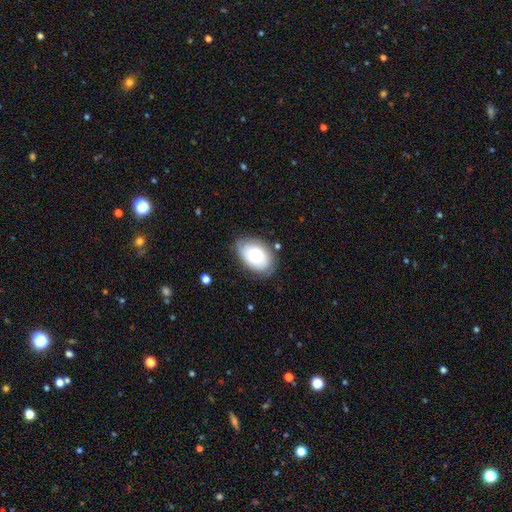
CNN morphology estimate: smooth_or_featured: smooth (p=0.71) [alt: featured or disk p=0.22]
how_rounded: in between (p=0.88) [alt: round p=0.11]
merging: none (p=0.73) [alt: minor disturbance p=0.21]